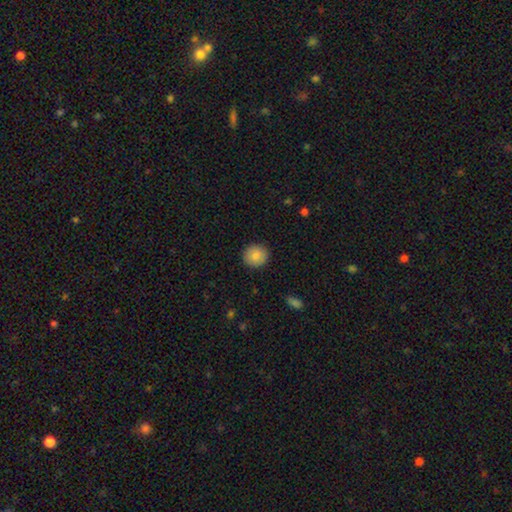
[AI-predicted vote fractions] This is clearly a smooth galaxy (87%). How rounded: clearly round (88%). Merging: clearly none (91%).